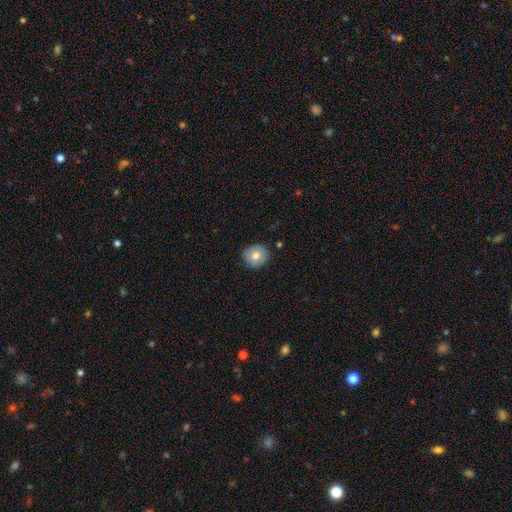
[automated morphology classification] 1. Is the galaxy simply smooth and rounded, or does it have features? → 75% smooth, 17% featured or disk, 8% star or artifact.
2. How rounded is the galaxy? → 86% round, 13% in between, 1% cigar-shaped.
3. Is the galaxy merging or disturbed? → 86% none, 10% minor disturbance, 2% major disturbance, 1% merger.